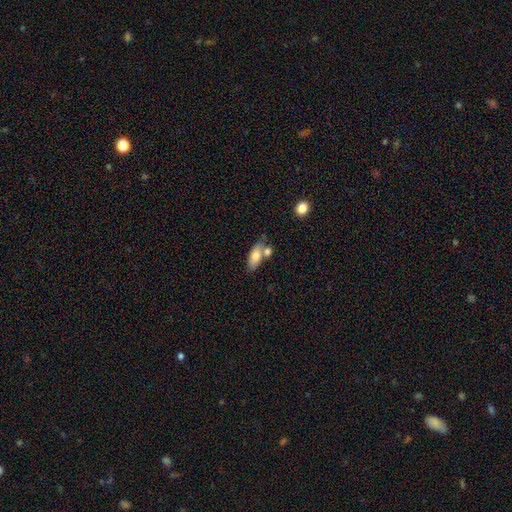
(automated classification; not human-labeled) Smooth or featured? Predicted: smooth (p=0.75). How rounded? Predicted: in between (p=0.79). Merging? Predicted: none (p=0.52).